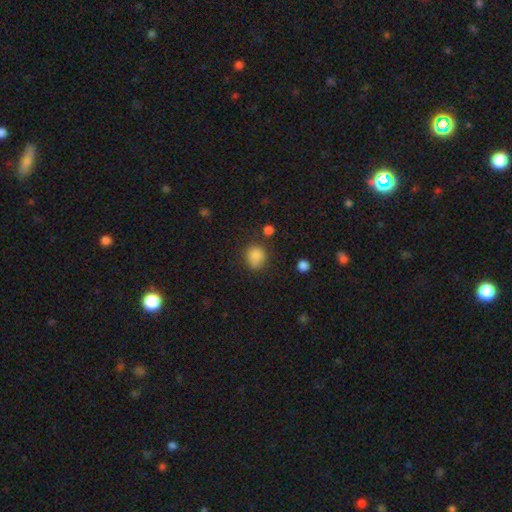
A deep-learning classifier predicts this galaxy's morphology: Smooth or featured? smooth (84%)
How rounded? round (75%)
Merging? none (71%)